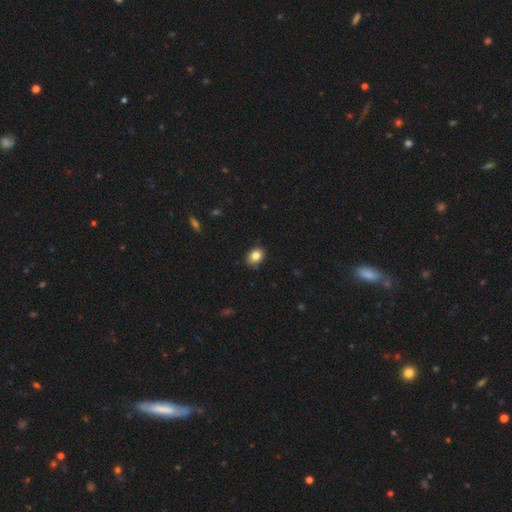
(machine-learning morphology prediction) This appears to be a smooth galaxy with no disk features (83%) that is in between round and cigar-shaped (60%). Merging: none (82%).